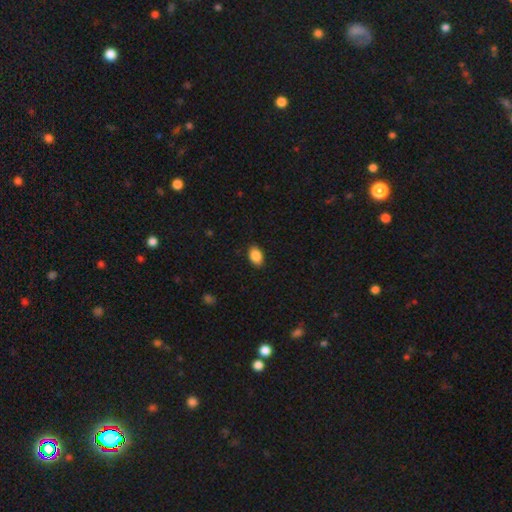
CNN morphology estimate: Smooth or featured?
  - smooth: 88% *
  - star or artifact: 8%
  - featured or disk: 5%
How rounded?
  - in between: 86% *
  - round: 12%
  - cigar-shaped: 1%
Merging?
  - none: 88% *
  - minor disturbance: 9%
  - major disturbance: 2%
  - merger: 1%